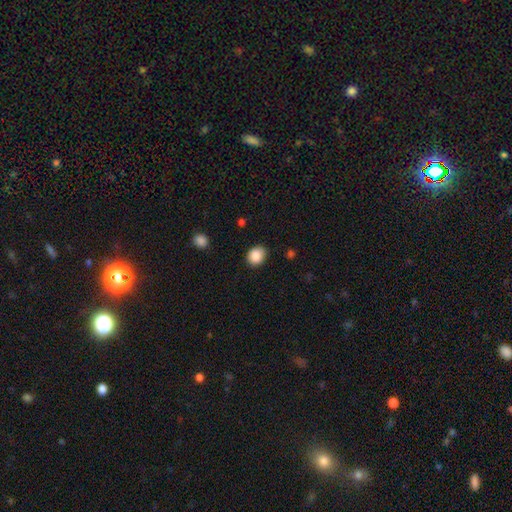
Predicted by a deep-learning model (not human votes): smooth 88%, star or artifact 9%, featured or disk 4%. Down the decision tree: how rounded — round (61%); merging — none (85%).